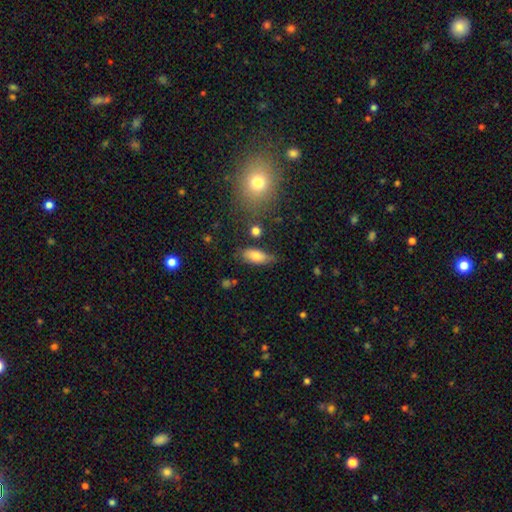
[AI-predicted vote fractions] Smooth or featured: smooth — 79% (featured or disk — 14%)
How rounded: in between — 81% (cigar-shaped — 15%)
Merging: none — 68% (minor disturbance — 22%)